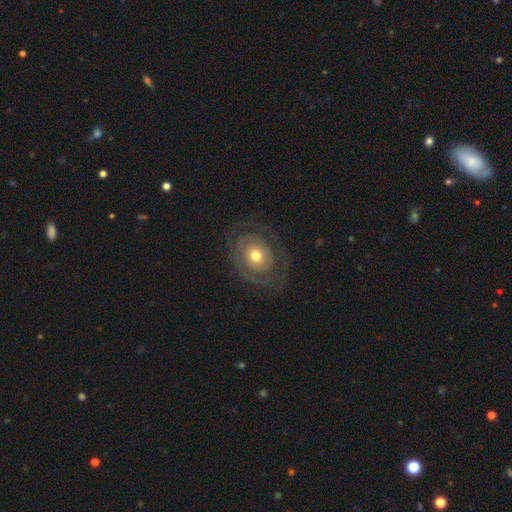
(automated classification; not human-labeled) Smooth or featured: featured or disk — 69% (smooth — 25%)
Edge-on disk: no — 96% (yes — 4%)
Bar: no — 85% (weak — 11%)
Spiral arms: yes — 68% (no — 32%)
Bulge size: moderate — 66% (small — 25%)
Merging: none — 71% (minor disturbance — 14%)